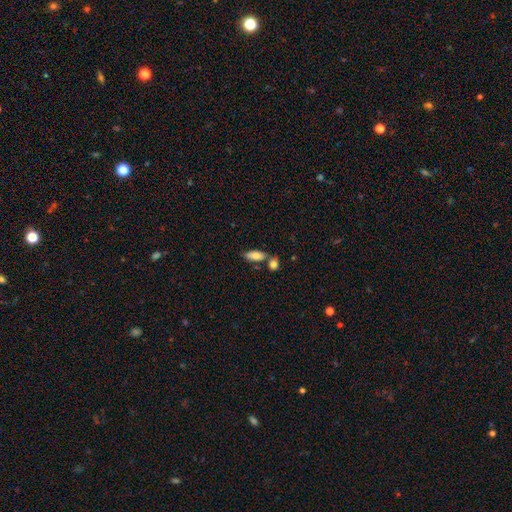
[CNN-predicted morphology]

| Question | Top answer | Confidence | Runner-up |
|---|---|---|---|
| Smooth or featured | smooth | 81% | featured or disk (12%) |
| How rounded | in between | 79% | cigar-shaped (18%) |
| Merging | none | 59% | merger (24%) |